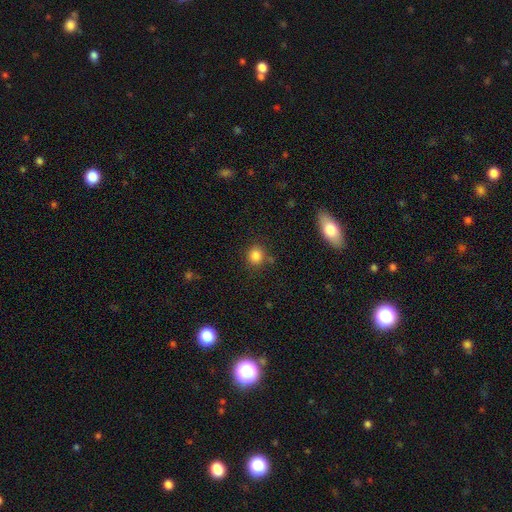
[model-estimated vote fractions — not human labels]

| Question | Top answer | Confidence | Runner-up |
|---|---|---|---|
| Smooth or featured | smooth | 83% | star or artifact (12%) |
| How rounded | round | 84% | in between (15%) |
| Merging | none | 81% | minor disturbance (10%) |